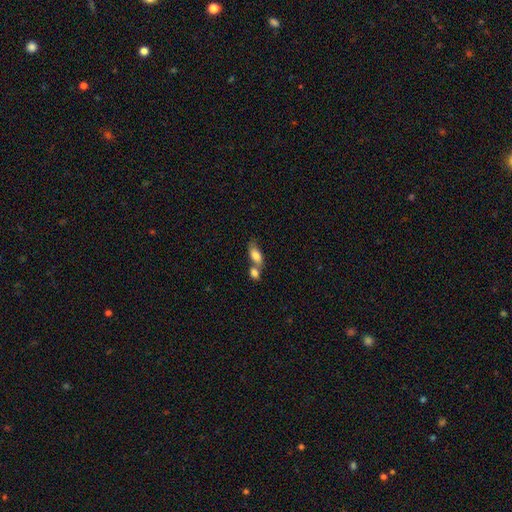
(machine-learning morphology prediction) The model was most divided on "merging": merger: 56%, none: 28%, minor disturbance: 10%, major disturbance: 5%. More confident: how rounded — in between (83%); smooth or featured — smooth (78%).